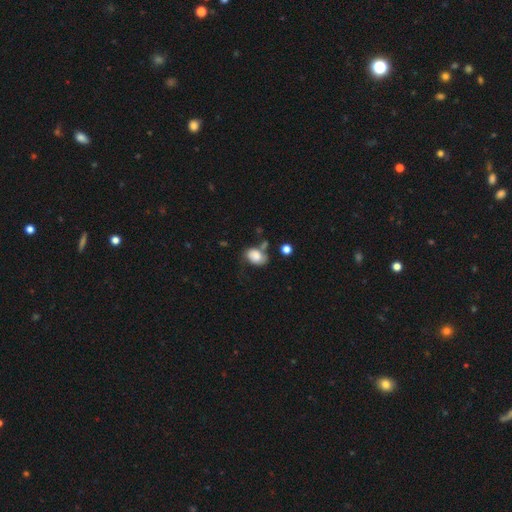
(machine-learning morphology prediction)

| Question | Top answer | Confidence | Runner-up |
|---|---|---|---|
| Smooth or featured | smooth | 77% | featured or disk (14%) |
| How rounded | in between | 79% | round (20%) |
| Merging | none | 43% | minor disturbance (27%) |